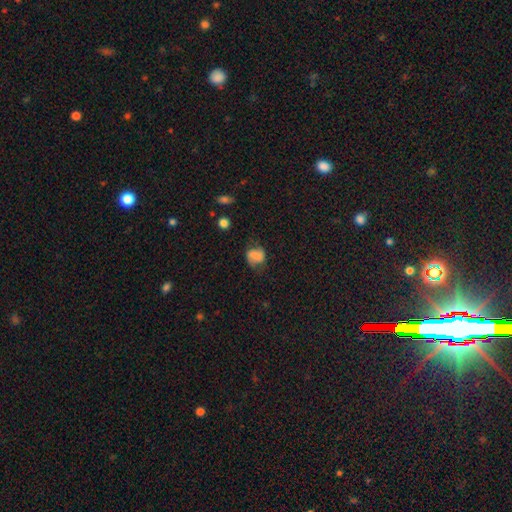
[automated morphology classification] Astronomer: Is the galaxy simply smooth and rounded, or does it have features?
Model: smooth — 59%.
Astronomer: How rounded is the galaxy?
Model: round — 57% (runner-up: in between, 41%).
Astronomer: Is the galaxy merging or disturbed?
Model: none — 59%.